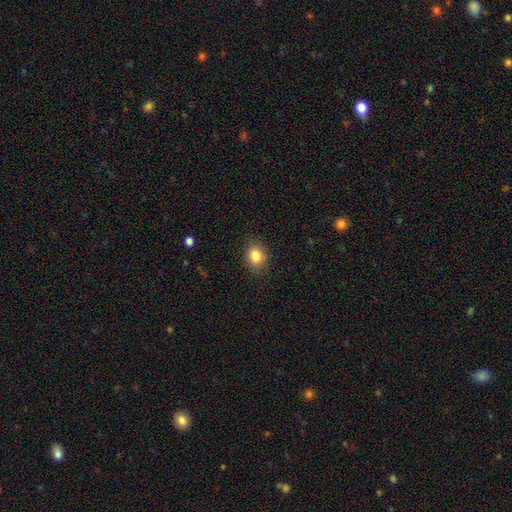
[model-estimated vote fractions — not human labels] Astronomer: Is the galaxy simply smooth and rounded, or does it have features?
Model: smooth — 84%.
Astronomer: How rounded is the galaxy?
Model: in between — 52% (runner-up: round, 46%).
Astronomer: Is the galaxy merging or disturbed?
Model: none — 82%.